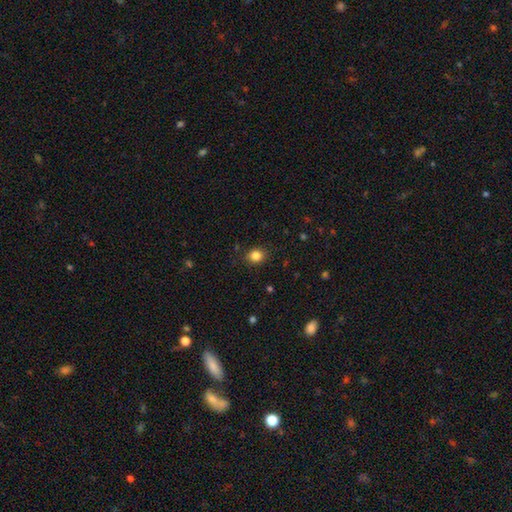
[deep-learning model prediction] Smooth or featured: smooth — 84% (star or artifact — 11%)
How rounded: round — 64% (in between — 35%)
Merging: none — 86% (minor disturbance — 10%)